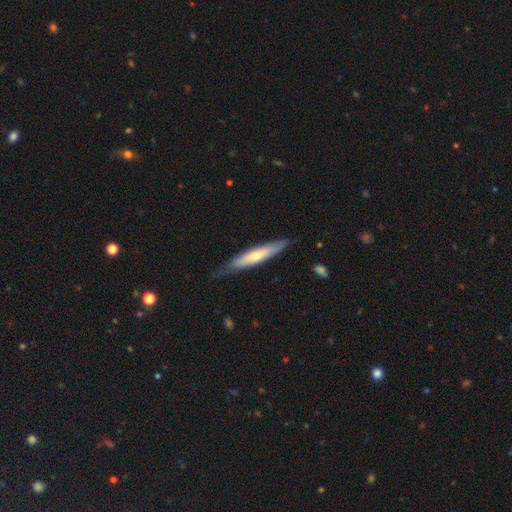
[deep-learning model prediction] Smooth or featured: smooth — 49% (featured or disk — 46%)
Merging: none — 77% (minor disturbance — 18%)